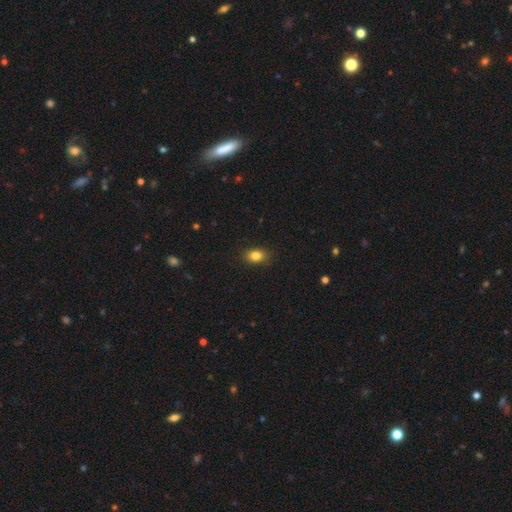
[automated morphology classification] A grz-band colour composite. It shows a smooth galaxy with no disk features (84%) that is in between round and cigar-shaped (79%). Merging: none (87%).